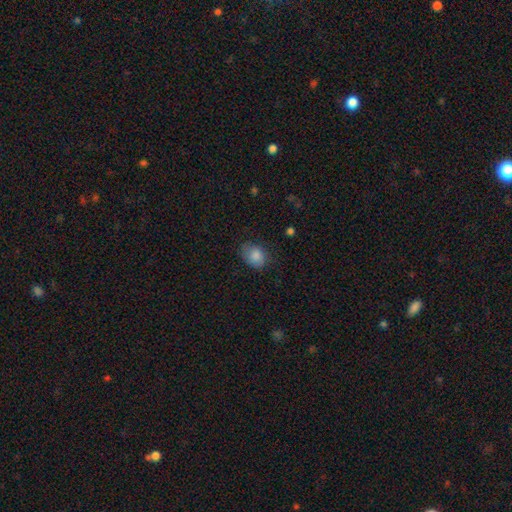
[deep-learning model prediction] This appears to be a smooth galaxy with no disk features (85%) that is in between round and cigar-shaped (66%). Merging: none (67%).